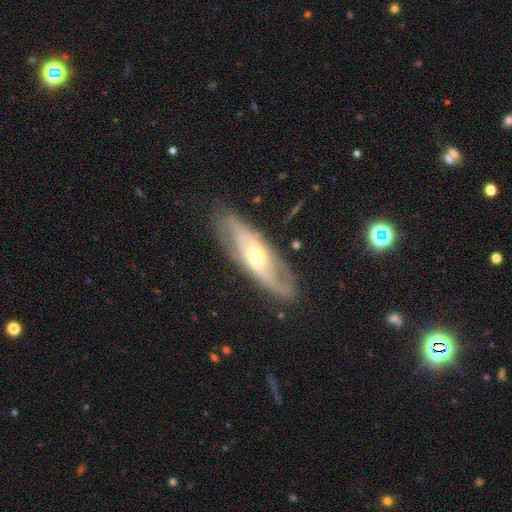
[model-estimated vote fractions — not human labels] smooth-or-featured: featured or disk: 76% | smooth: 18% | star or artifact: 6%
  disk-edge-on: no: 81% | yes: 19%
    bar: no: 62% | weak: 28% | strong: 11%
    has-spiral-arms: yes: 81% | no: 19%
    bulge-size: small: 60% | moderate: 35% | large: 3% | none: 1% | dominant: 1%
  merging: none: 79% | minor disturbance: 14% | major disturbance: 5% | merger: 2%